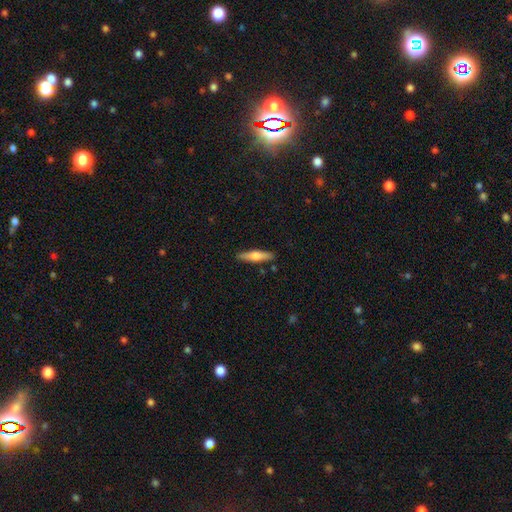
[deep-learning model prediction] Smooth or featured? smooth (55%)
How rounded? cigar-shaped (79%)
Merging? none (88%)